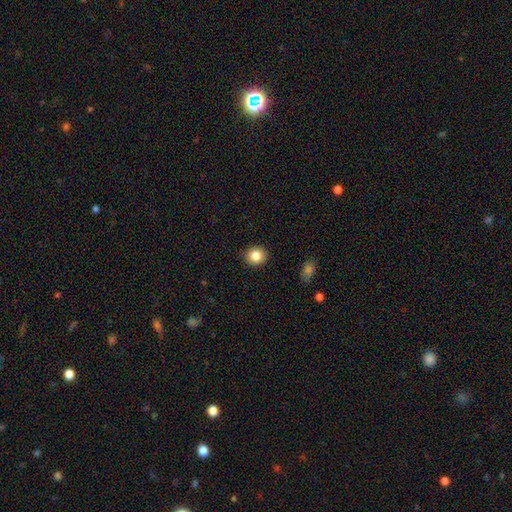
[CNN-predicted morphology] smooth_or_featured: smooth (p=0.84) [alt: star or artifact p=0.10]
how_rounded: round (p=0.81) [alt: in between p=0.18]
merging: none (p=0.91) [alt: minor disturbance p=0.06]